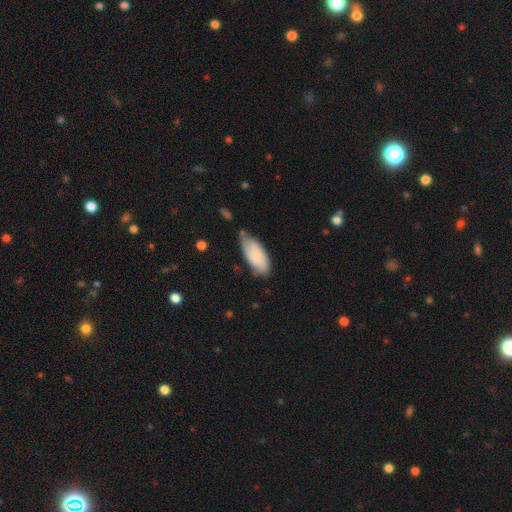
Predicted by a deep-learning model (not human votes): Q: Smooth or featured?
A: smooth (80%); runner-up: featured or disk (14%)
Q: How rounded?
A: in between (84%); runner-up: cigar-shaped (14%)
Q: Merging?
A: none (53%); runner-up: minor disturbance (34%)